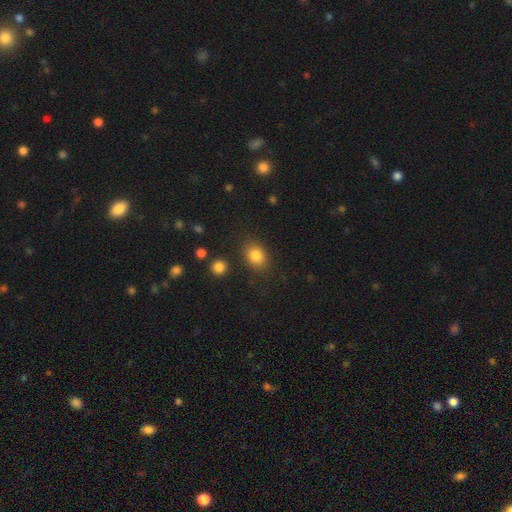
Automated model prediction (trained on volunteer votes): Smooth or featured?
  - smooth: 84% *
  - star or artifact: 10%
  - featured or disk: 6%
How rounded?
  - in between: 55% *
  - round: 44%
  - cigar-shaped: 1%
Merging?
  - none: 82% *
  - minor disturbance: 11%
  - major disturbance: 4%
  - merger: 3%